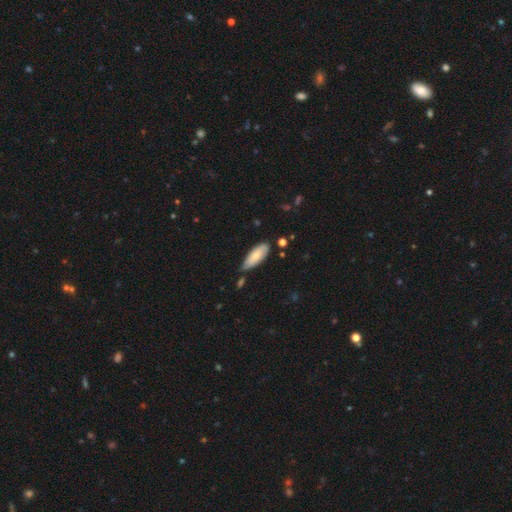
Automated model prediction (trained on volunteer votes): This is likely a smooth galaxy (78%). How rounded: likely in between (71%). Merging: likely none (64%).